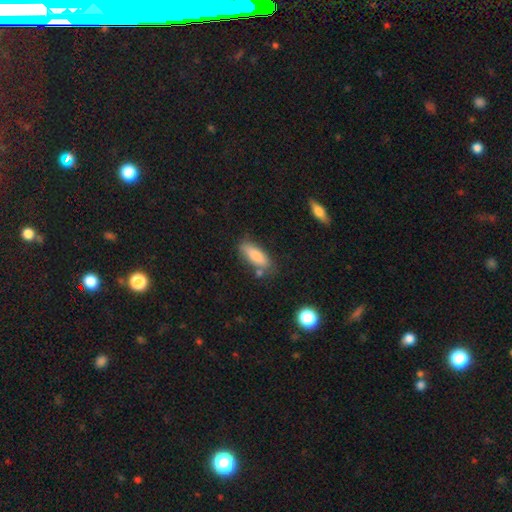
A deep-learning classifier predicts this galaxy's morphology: The model was most divided on "how rounded": in between: 62%, cigar-shaped: 36%, round: 2%. More confident: smooth or featured — smooth (82%); merging — none (73%).